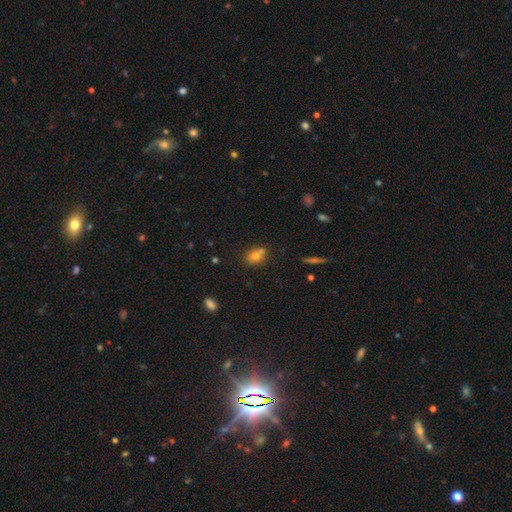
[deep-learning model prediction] Overall: smooth (69%). How rounded: in between (58%; round 40%). Merging: none (56%; merger 26%).